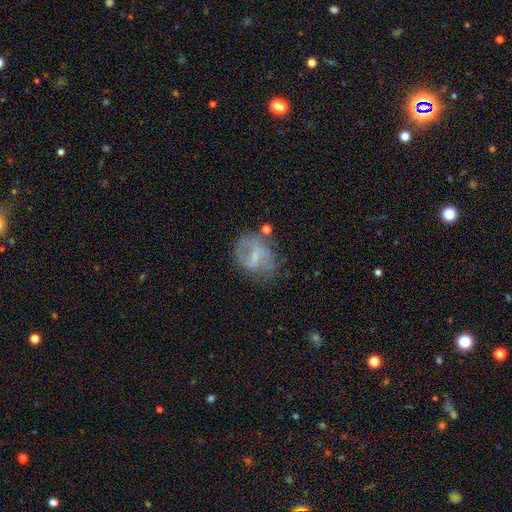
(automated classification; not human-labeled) Smooth or featured? featured or disk (62%)
Edge-on disk? no (97%)
Bar? weak (52%)
Spiral arms? yes (67%)
Bulge size? small (47%)
Merging? none (51%)